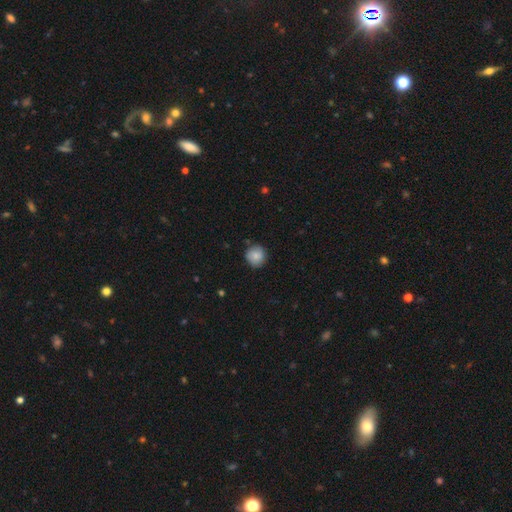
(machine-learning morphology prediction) This appears to be a smooth galaxy with no disk features (84%) that is round (91%). Merging: none (82%).